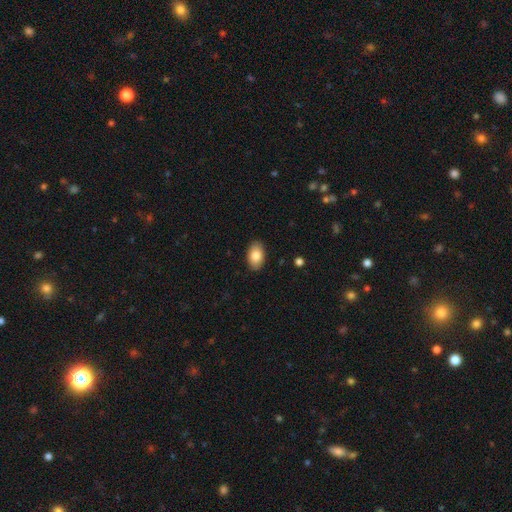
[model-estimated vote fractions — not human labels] Smooth or featured: smooth — 83% (featured or disk — 10%)
How rounded: in between — 92% (round — 7%)
Merging: none — 89% (minor disturbance — 8%)